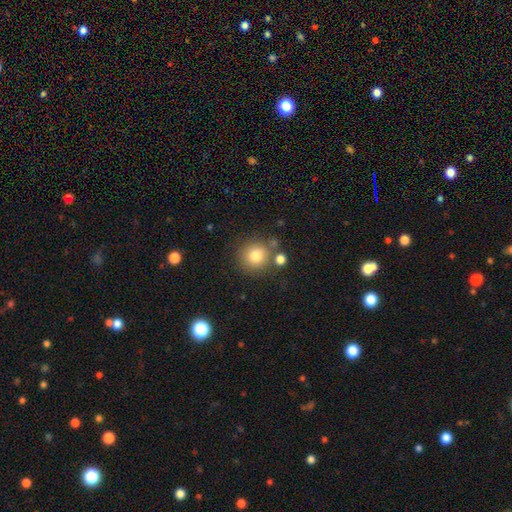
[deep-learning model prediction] Smooth or featured? smooth (79%)
How rounded? round (92%)
Merging? none (74%)